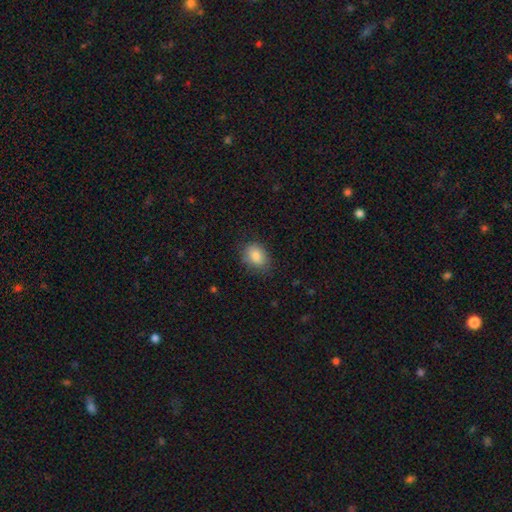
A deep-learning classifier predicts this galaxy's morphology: type=smooth (85%); roundness=in between (69%); merging=none (78%).